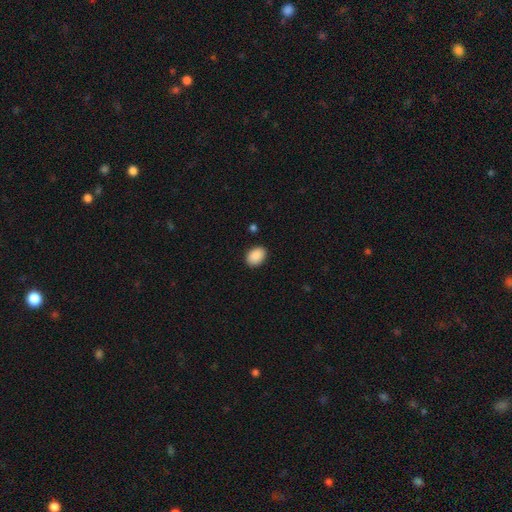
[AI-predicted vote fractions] The model was most divided on "how rounded": in between: 78%, round: 21%, cigar-shaped: 1%. More confident: smooth or featured — smooth (90%); merging — none (89%).